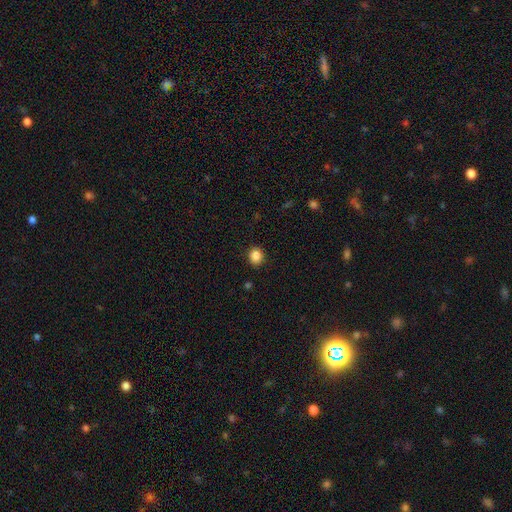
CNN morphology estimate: This is clearly a smooth galaxy (87%). How rounded: likely round (73%). Merging: clearly none (89%).